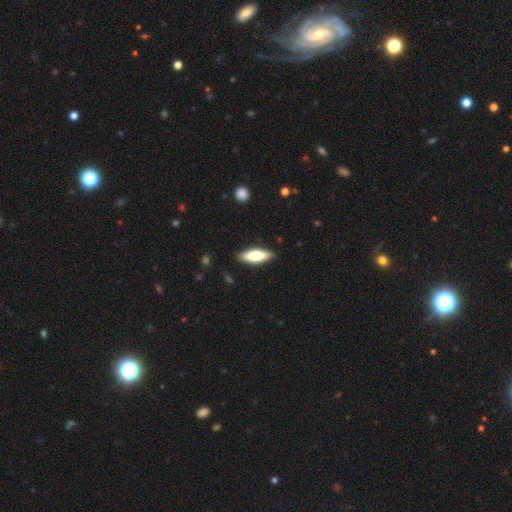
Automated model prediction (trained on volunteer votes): smooth_or_featured: smooth (p=0.70) [alt: featured or disk p=0.25]
how_rounded: in between (p=0.53) [alt: cigar-shaped p=0.45]
merging: none (p=0.88) [alt: minor disturbance p=0.09]